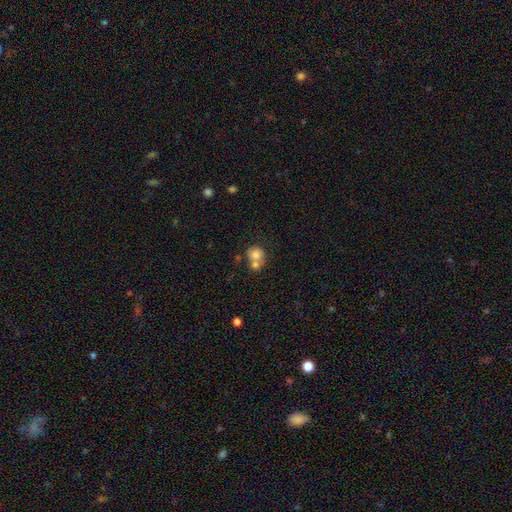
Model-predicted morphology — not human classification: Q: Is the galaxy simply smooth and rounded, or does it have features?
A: smooth — 76%.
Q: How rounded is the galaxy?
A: round — 81%.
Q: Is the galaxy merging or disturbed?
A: merger — 51%.